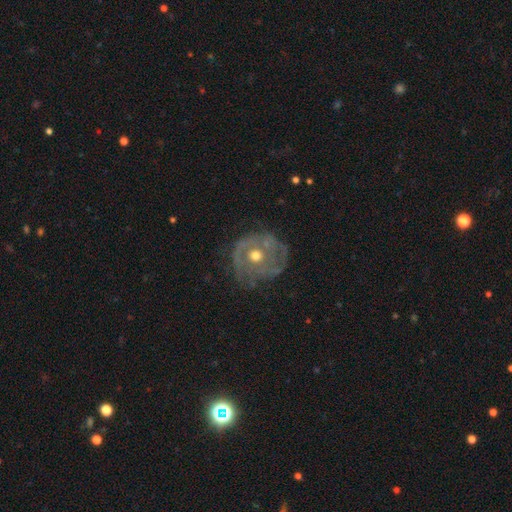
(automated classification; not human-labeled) This is likely a featured or disk galaxy (72%). It is clearly not viewed edge-on (97%). Bar: clearly no (87%). Spiral arm pattern: possibly yes (60%). Central bulge: likely moderate (75%). Merging: possibly none (60%).